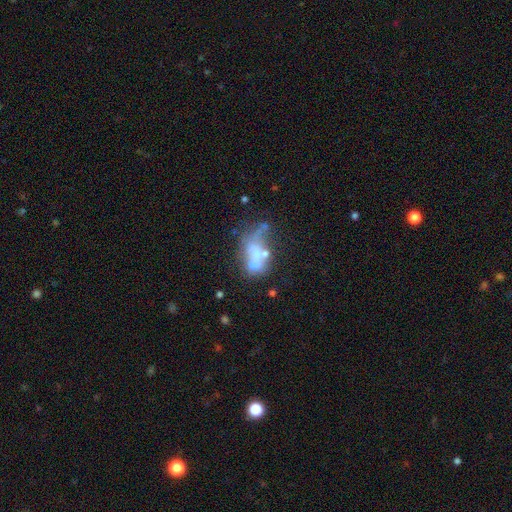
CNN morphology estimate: type=featured or disk (51%); edge-on=no (95%); merging=merger (38%).